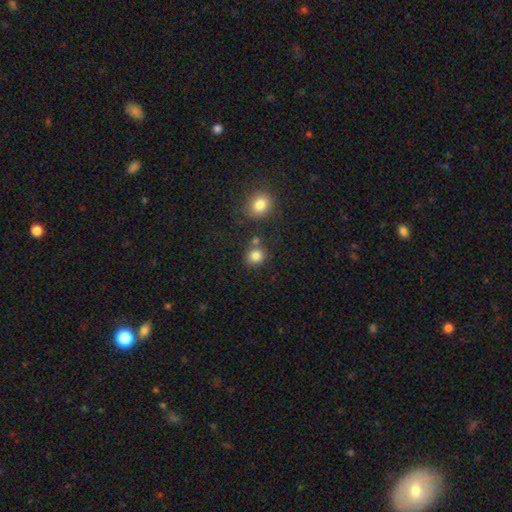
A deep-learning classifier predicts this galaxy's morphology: Smooth or featured?
  - smooth: 83% *
  - star or artifact: 11%
  - featured or disk: 6%
How rounded?
  - round: 79% *
  - in between: 20%
  - cigar-shaped: 1%
Merging?
  - none: 70% *
  - merger: 16%
  - minor disturbance: 11%
  - major disturbance: 4%